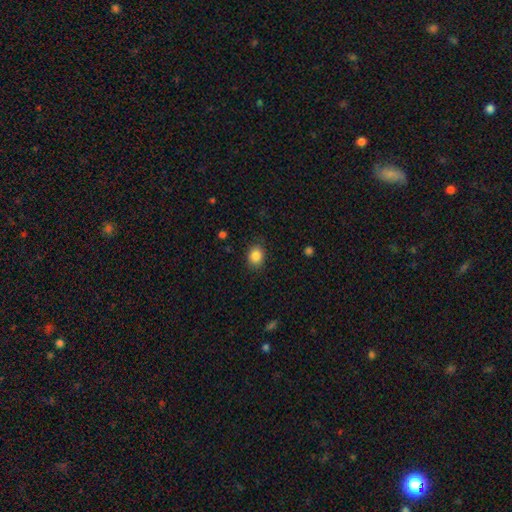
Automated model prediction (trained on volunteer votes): This appears to be a smooth galaxy with no disk features (86%) that is round (52%). Merging: none (86%).